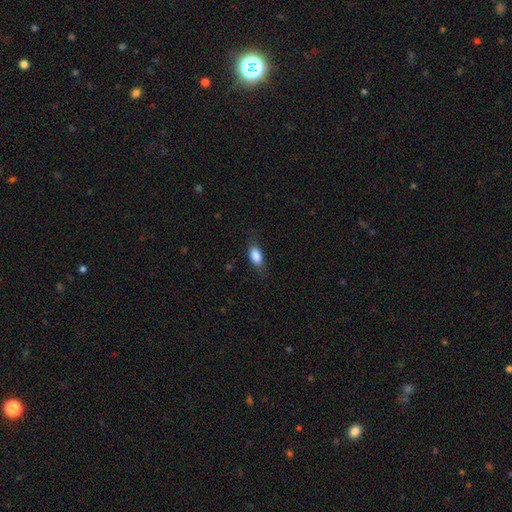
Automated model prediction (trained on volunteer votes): Morphology: type=smooth (86%); roundness=in between (87%); merging=none (74%).